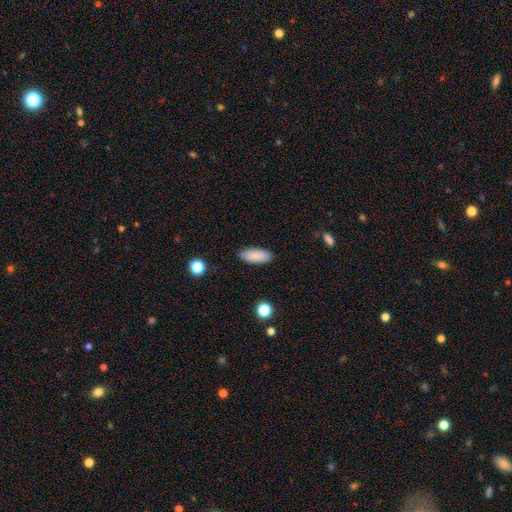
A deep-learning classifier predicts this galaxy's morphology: This is clearly a smooth galaxy (89%). How rounded: clearly in between (81%). Merging: clearly none (88%).